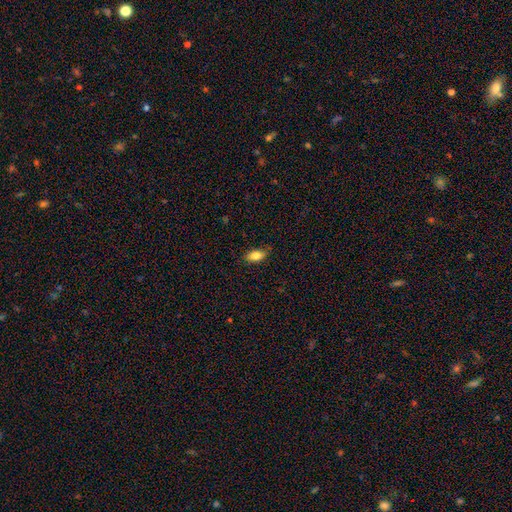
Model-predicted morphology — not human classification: Q: Smooth or featured?
A: smooth (84%); runner-up: featured or disk (9%)
Q: How rounded?
A: in between (89%); runner-up: cigar-shaped (7%)
Q: Merging?
A: none (85%); runner-up: minor disturbance (12%)